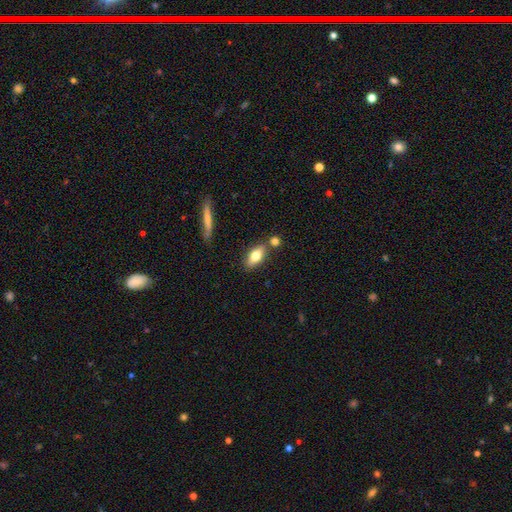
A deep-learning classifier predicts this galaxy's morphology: Smooth or featured?
  - smooth: 71% *
  - featured or disk: 22%
  - star or artifact: 7%
How rounded?
  - in between: 78% *
  - cigar-shaped: 17%
  - round: 5%
Merging?
  - none: 71% *
  - merger: 13%
  - minor disturbance: 12%
  - major disturbance: 3%